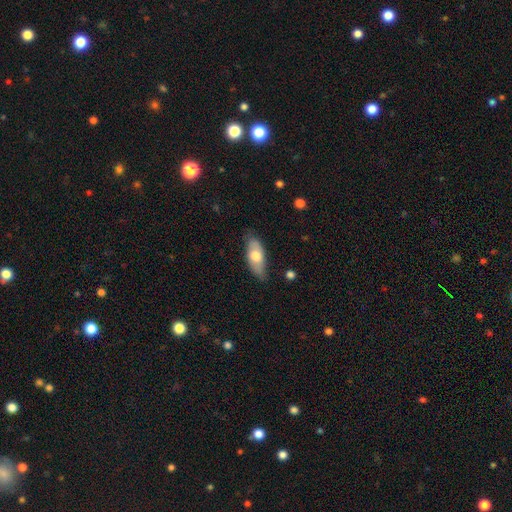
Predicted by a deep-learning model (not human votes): This is likely a smooth galaxy (65%). How rounded: clearly in between (82%). Merging: likely none (77%).